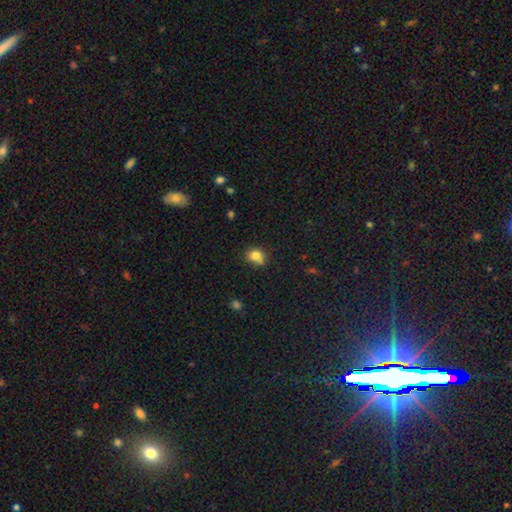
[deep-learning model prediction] Smooth or featured? smooth (79%)
How rounded? round (68%)
Merging? none (54%)